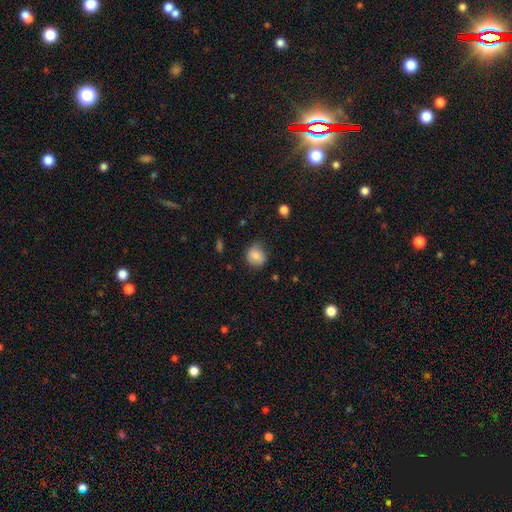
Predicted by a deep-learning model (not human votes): Smooth or featured? smooth (80%)
How rounded? round (78%)
Merging? none (67%)